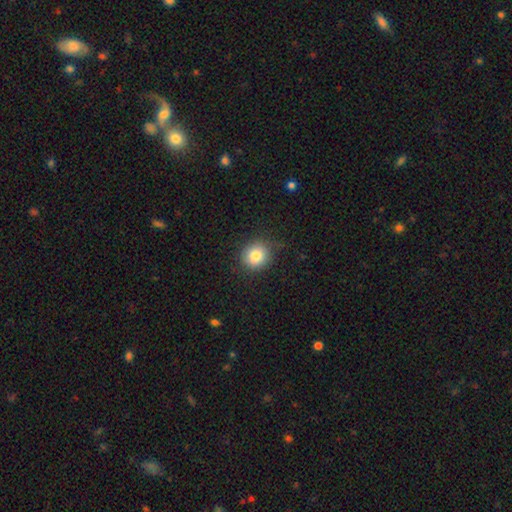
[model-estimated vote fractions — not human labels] This appears to be a smooth galaxy with no disk features (83%) that is round (84%). Merging: none (80%).